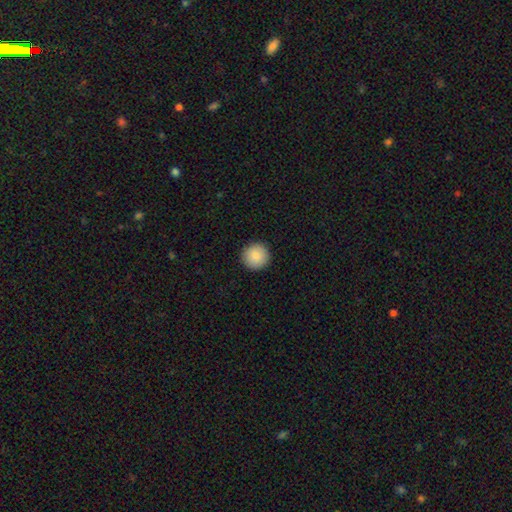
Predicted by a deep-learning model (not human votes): Overall: smooth (88%). How rounded: round (96%). Merging: none (93%).